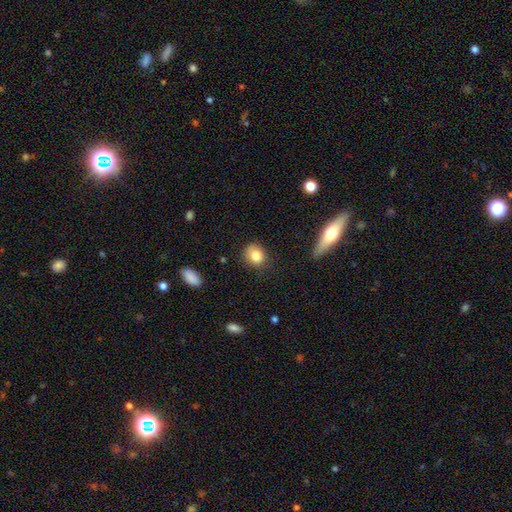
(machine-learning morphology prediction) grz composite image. It shows a smooth galaxy with no disk features (82%) that is round (62%). Merging: none (76%).